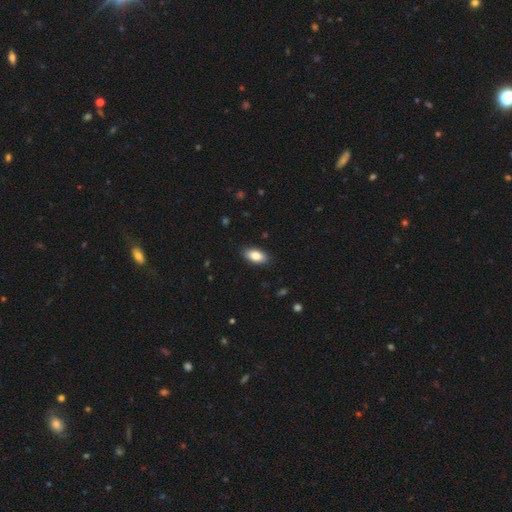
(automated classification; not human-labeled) Morphology: type=smooth (83%); roundness=in between (92%); merging=none (88%).